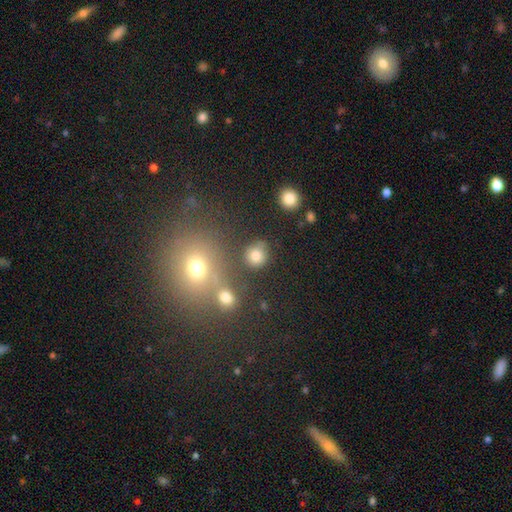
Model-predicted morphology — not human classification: smooth_or_featured: smooth (p=0.79) [alt: star or artifact p=0.14]
how_rounded: round (p=0.85) [alt: in between p=0.14]
merging: none (p=0.75) [alt: minor disturbance p=0.12]